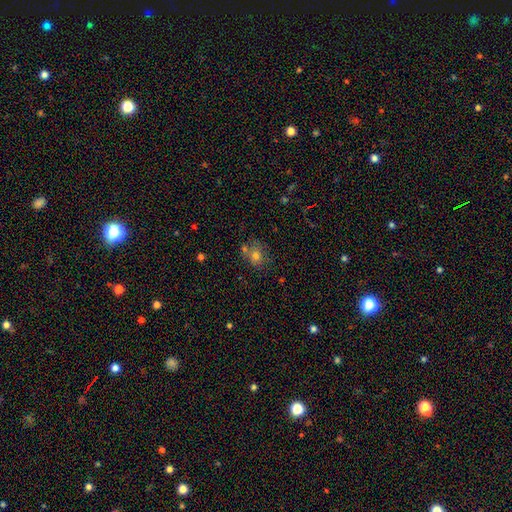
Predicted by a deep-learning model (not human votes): smooth-or-featured: smooth: 71% | star or artifact: 15% | featured or disk: 14%
  how-rounded: round: 70% | in between: 29% | cigar-shaped: 1%
  merging: none: 60% | merger: 18% | minor disturbance: 16% | major disturbance: 6%